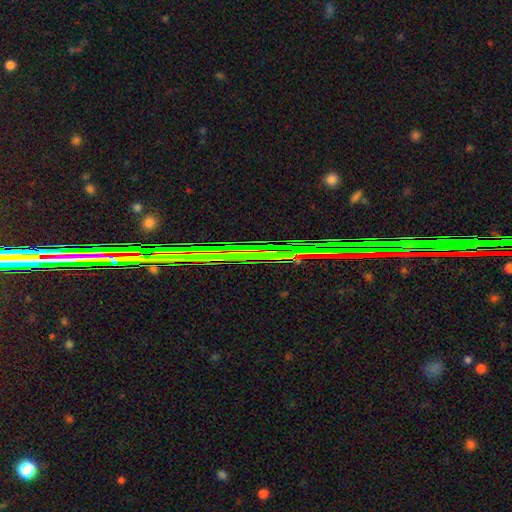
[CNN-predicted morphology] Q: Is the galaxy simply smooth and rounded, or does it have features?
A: star or artifact — 75%.